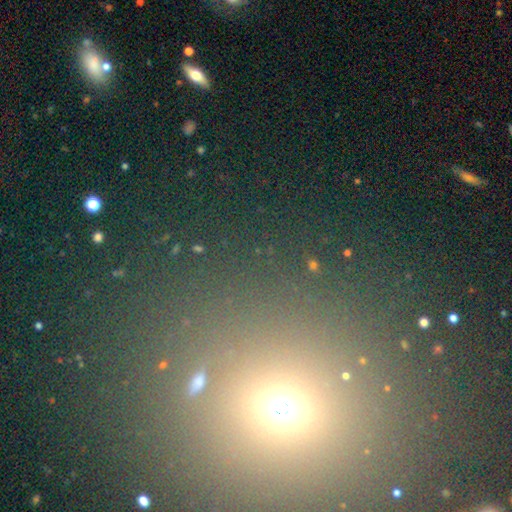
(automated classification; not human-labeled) Smooth or featured? star or artifact (49%)